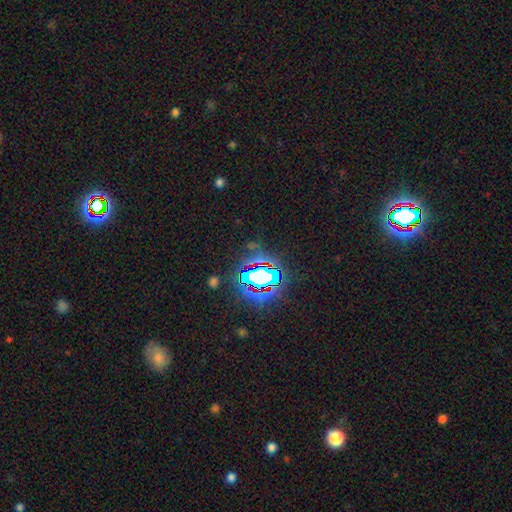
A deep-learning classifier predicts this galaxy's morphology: smooth_or_featured: star or artifact (p=0.83) [alt: smooth p=0.10]